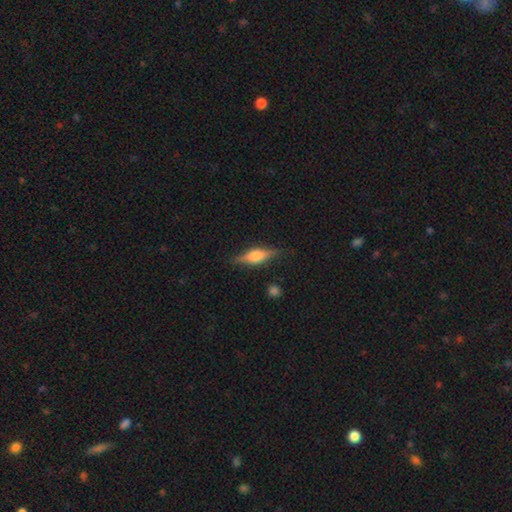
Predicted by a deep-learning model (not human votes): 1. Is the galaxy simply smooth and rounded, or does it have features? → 58% featured or disk, 34% smooth, 8% star or artifact.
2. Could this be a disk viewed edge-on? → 95% yes, 5% no.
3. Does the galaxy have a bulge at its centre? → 80% rounded, 17% boxy, 3% none.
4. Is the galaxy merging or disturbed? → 84% none, 12% minor disturbance, 3% major disturbance, 2% merger.